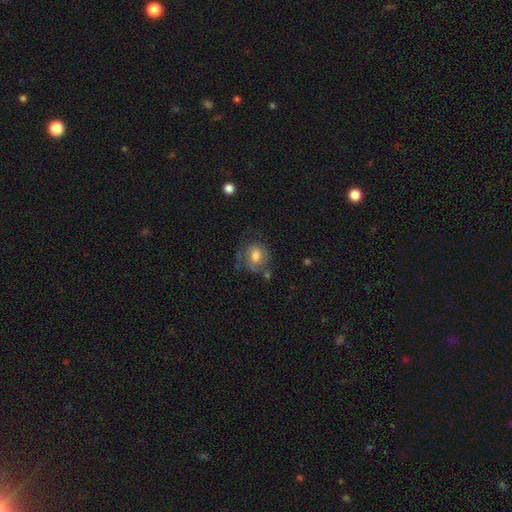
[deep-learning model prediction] smooth_or_featured: smooth (p=0.54) [alt: featured or disk p=0.37]
how_rounded: round (p=0.67) [alt: in between p=0.32]
merging: none (p=0.55) [alt: minor disturbance p=0.24]